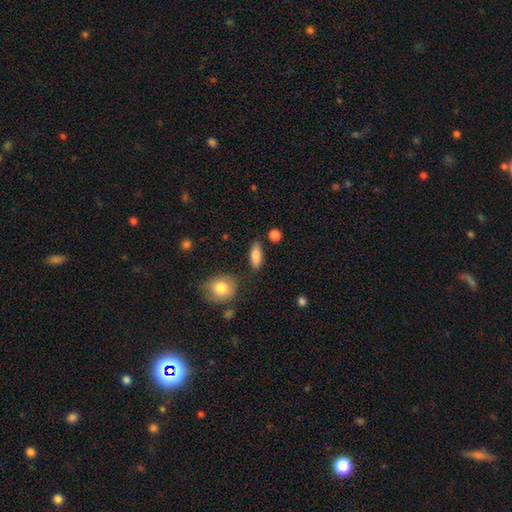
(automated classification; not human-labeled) This appears to be a smooth galaxy with no disk features (82%) that is in between round and cigar-shaped (72%). Merging: none (82%).